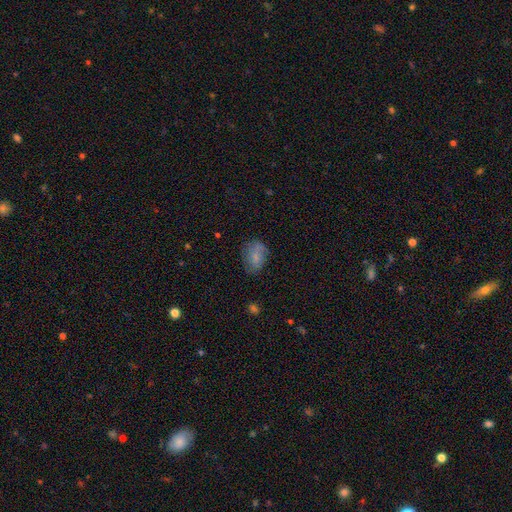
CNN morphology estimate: Smooth or featured: smooth — 72% (featured or disk — 19%)
How rounded: in between — 76% (round — 23%)
Merging: none — 63% (minor disturbance — 26%)